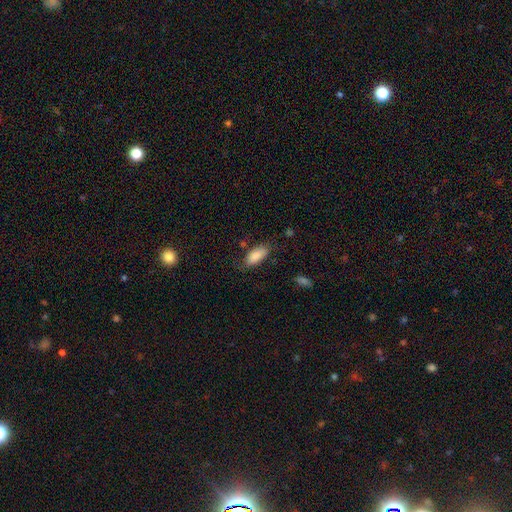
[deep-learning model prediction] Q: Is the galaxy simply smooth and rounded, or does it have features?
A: smooth — 86%.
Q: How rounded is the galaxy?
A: in between — 86%.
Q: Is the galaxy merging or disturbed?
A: none — 68%.